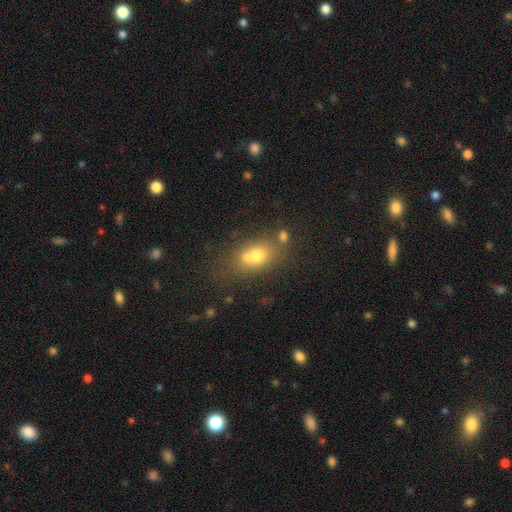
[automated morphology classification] smooth_or_featured: smooth (p=0.68) [alt: featured or disk p=0.19]
how_rounded: in between (p=0.68) [alt: round p=0.29]
merging: none (p=0.45) [alt: merger p=0.36]